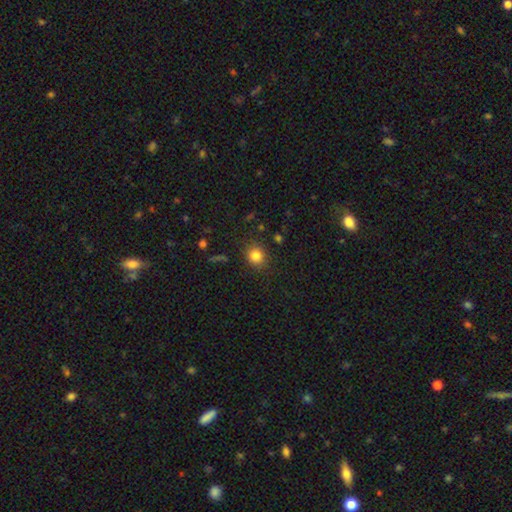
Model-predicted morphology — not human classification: Overall: smooth (83%). How rounded: round (80%). Merging: none (86%).